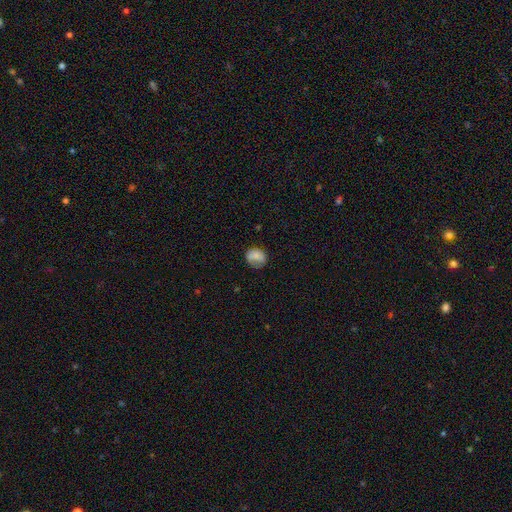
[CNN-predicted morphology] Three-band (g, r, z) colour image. It shows a smooth galaxy with no disk features (75%) that is round (66%). Merging: none (59%).